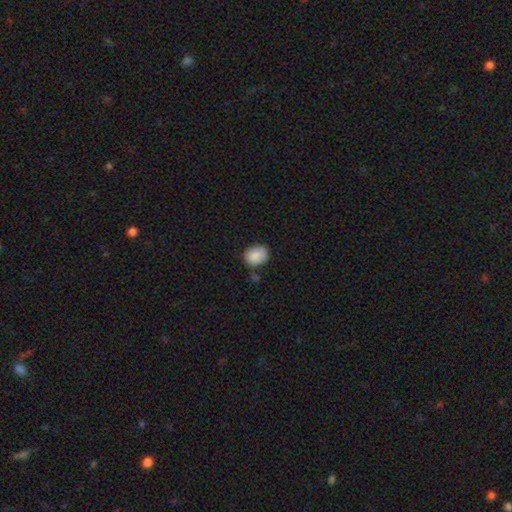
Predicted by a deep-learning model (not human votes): smooth 88%, star or artifact 8%, featured or disk 4%. Down the decision tree: how rounded — in between (53%); merging — none (68%).